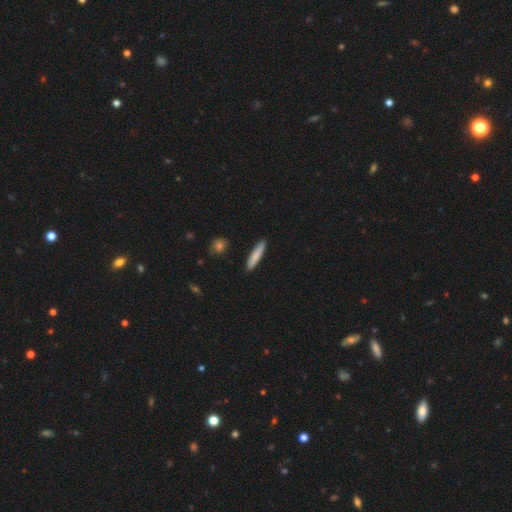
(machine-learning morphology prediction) smooth_or_featured: smooth (p=0.82) [alt: featured or disk p=0.13]
how_rounded: cigar-shaped (p=0.89) [alt: in between p=0.09]
merging: none (p=0.91) [alt: minor disturbance p=0.06]